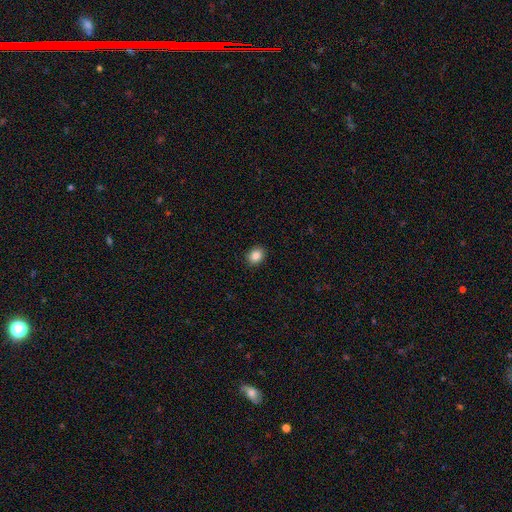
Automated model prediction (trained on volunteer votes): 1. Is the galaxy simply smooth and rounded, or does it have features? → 85% smooth, 10% star or artifact, 5% featured or disk.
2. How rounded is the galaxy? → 55% round, 44% in between, 1% cigar-shaped.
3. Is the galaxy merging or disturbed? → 91% none, 6% minor disturbance, 2% major disturbance, 1% merger.